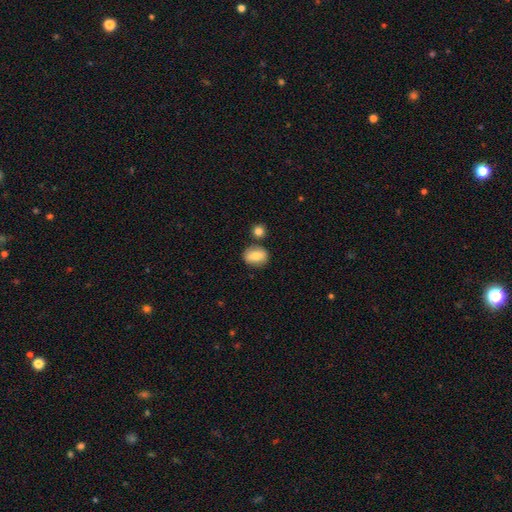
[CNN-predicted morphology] Overall: smooth (78%). How rounded: in between (61%; round 38%). Merging: none (77%).